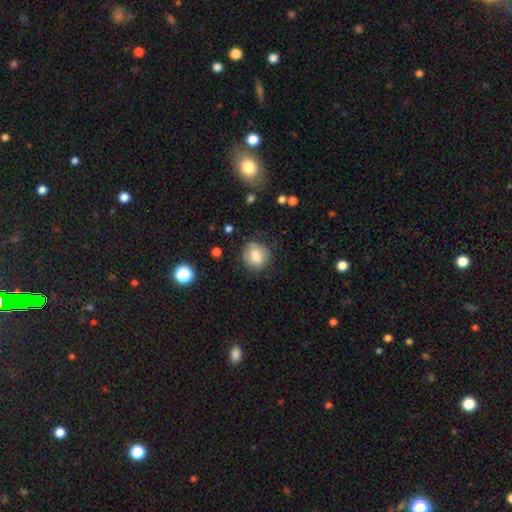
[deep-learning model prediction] Overall: smooth (82%). How rounded: round (86%). Merging: none (75%).